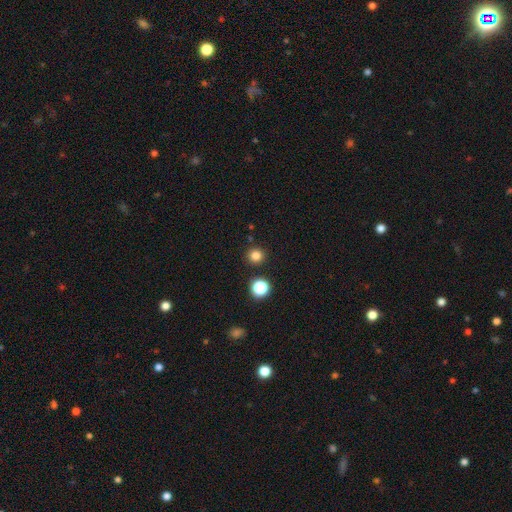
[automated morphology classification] smooth-or-featured: smooth: 80% | star or artifact: 15% | featured or disk: 4%
  how-rounded: round: 94% | in between: 5% | cigar-shaped: 1%
  merging: none: 89% | minor disturbance: 5% | merger: 3% | major disturbance: 2%